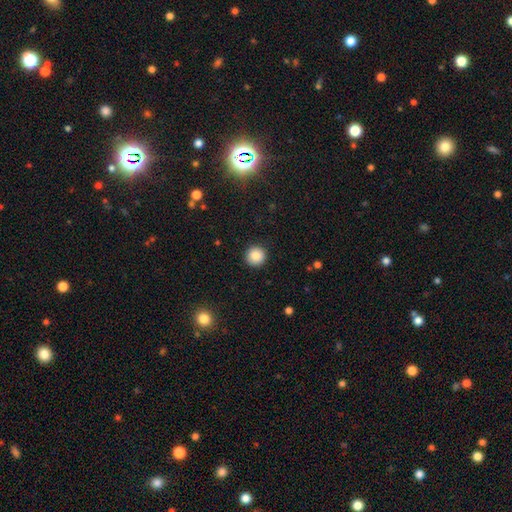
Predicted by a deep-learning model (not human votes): smooth_or_featured: smooth (p=0.87) [alt: star or artifact p=0.09]
how_rounded: round (p=0.95) [alt: in between p=0.04]
merging: none (p=0.92) [alt: minor disturbance p=0.05]